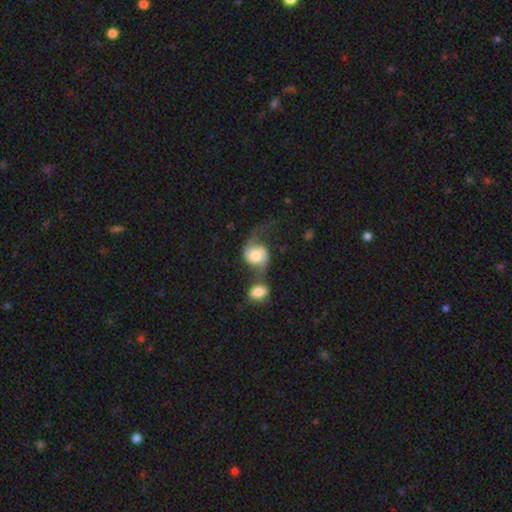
smooth-or-featured: smooth: 65% | featured or disk: 32% | star or artifact: 2%
  how-rounded: round: 62% | in between: 38% | cigar-shaped: 0%
  merging: merger: 41% | none: 23% | major disturbance: 21% | minor disturbance: 15%